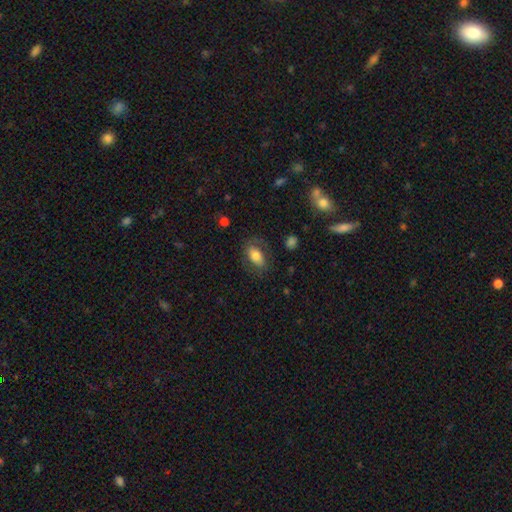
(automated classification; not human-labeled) The model was most divided on "smooth or featured": smooth: 68%, featured or disk: 25%, star or artifact: 7%. More confident: how rounded — in between (89%); merging — none (71%).